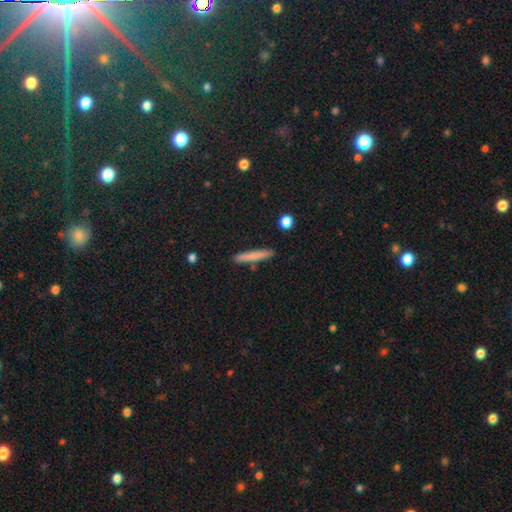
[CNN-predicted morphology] Smooth or featured? smooth (76%)
How rounded? cigar-shaped (94%)
Merging? none (87%)